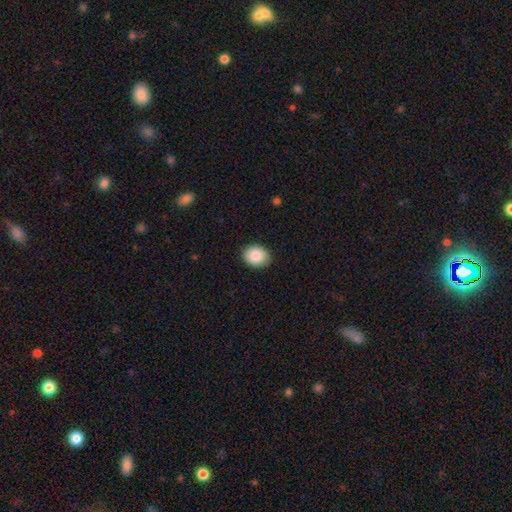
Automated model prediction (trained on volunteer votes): Smooth or featured?
  - smooth: 87% *
  - star or artifact: 7%
  - featured or disk: 5%
How rounded?
  - in between: 54% *
  - round: 45%
  - cigar-shaped: 1%
Merging?
  - none: 89% *
  - minor disturbance: 9%
  - major disturbance: 2%
  - merger: 1%